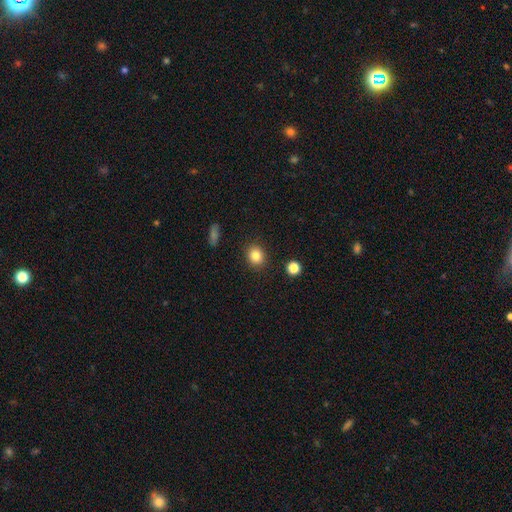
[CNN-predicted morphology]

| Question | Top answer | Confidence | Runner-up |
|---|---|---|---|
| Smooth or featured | smooth | 85% | star or artifact (10%) |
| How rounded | round | 73% | in between (26%) |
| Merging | none | 89% | minor disturbance (7%) |